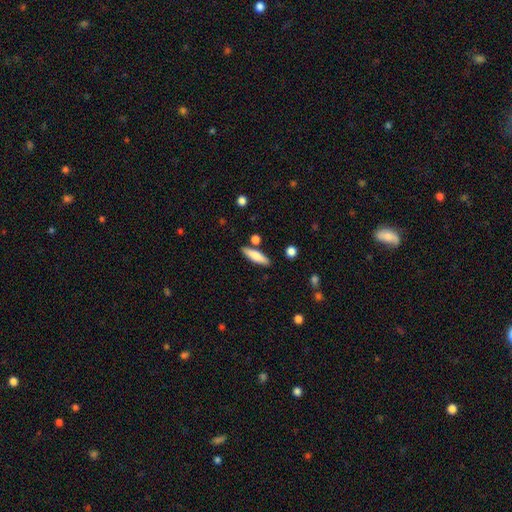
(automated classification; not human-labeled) A smooth galaxy with no disk features (78%) that is cigar-shaped (66%).

Vote fractions:
- Smooth or featured? smooth: 78% / featured or disk: 16% / star or artifact: 6%
- How rounded? cigar-shaped: 66% / in between: 31% / round: 2%
- Merging? none: 82% / minor disturbance: 10% / merger: 6% / major disturbance: 2%